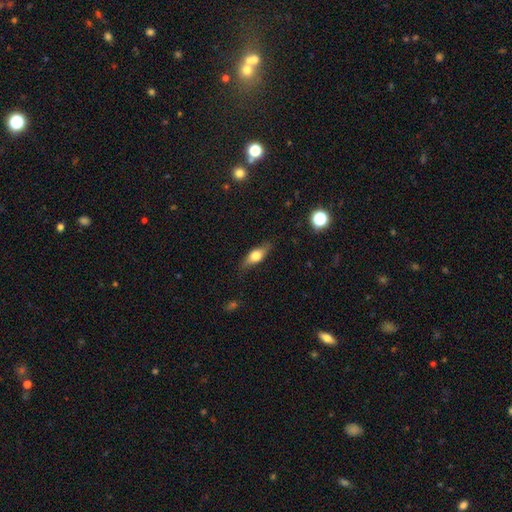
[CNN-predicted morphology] Smooth or featured? smooth (56%)
How rounded? in between (64%)
Merging? none (79%)